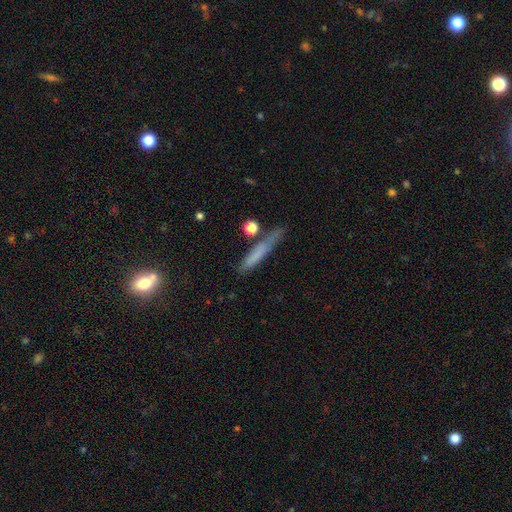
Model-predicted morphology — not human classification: Smooth or featured? smooth (59%)
How rounded? cigar-shaped (93%)
Merging? none (74%)